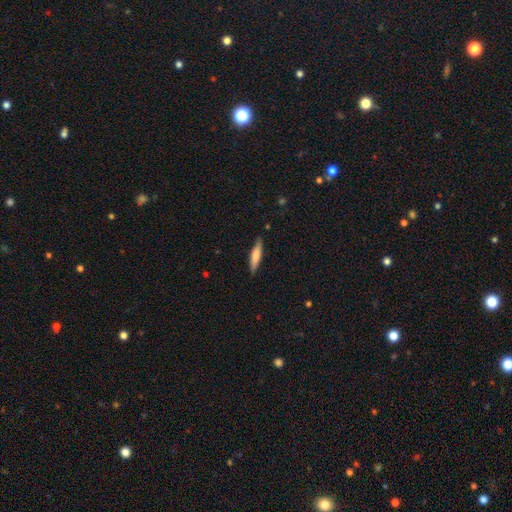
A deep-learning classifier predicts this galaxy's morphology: type=smooth (69%); roundness=cigar-shaped (85%); merging=none (87%).